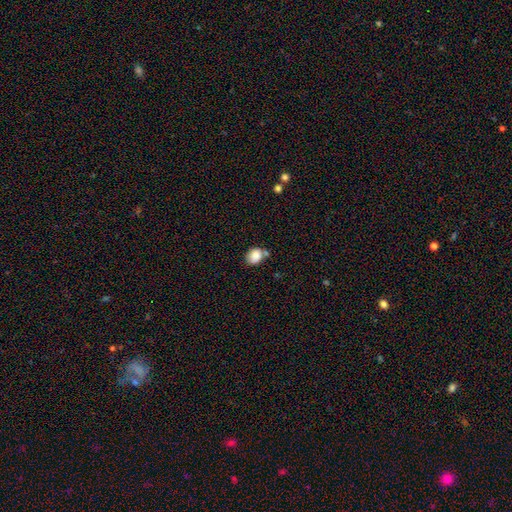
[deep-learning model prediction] This appears to be a smooth galaxy with no disk features (85%) that is round (51%). Merging: none (60%).